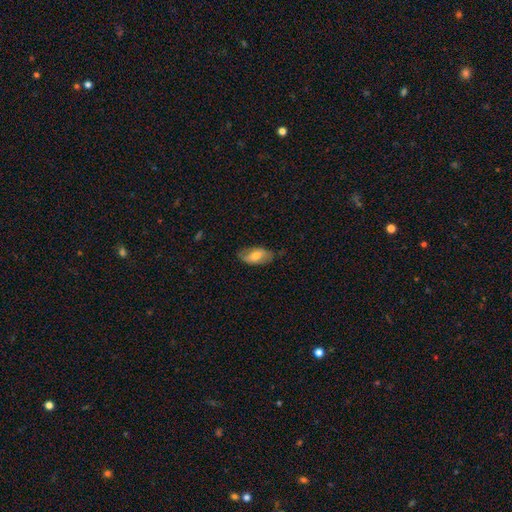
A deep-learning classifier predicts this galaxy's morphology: Smooth or featured?
  - smooth: 60% *
  - featured or disk: 33%
  - star or artifact: 6%
How rounded?
  - in between: 92% *
  - cigar-shaped: 4%
  - round: 4%
Merging?
  - none: 71% *
  - minor disturbance: 22%
  - major disturbance: 6%
  - merger: 1%